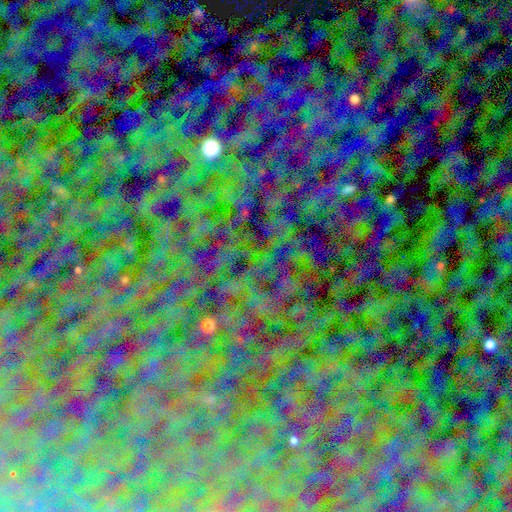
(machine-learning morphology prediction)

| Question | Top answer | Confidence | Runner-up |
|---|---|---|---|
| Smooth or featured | star or artifact | 83% | smooth (9%) |